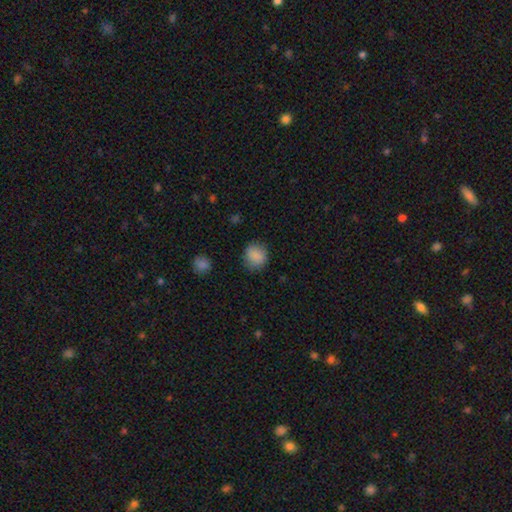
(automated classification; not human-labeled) Smooth or featured? smooth (86%)
How rounded? round (81%)
Merging? none (83%)